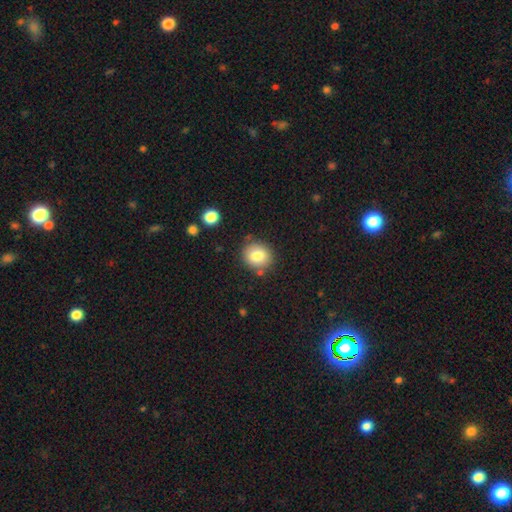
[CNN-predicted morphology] This appears to be a smooth galaxy with no disk features (81%) that is round (76%). Merging: none (81%).